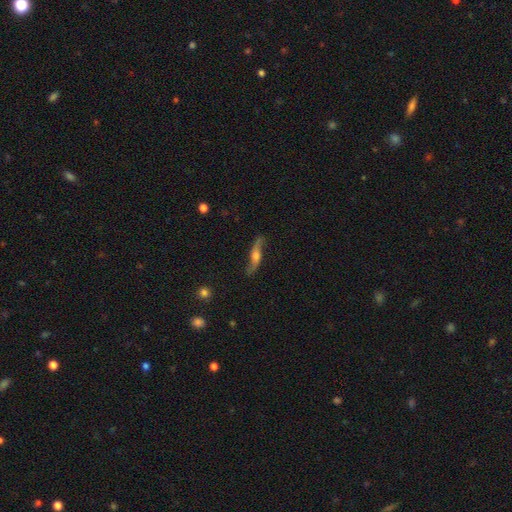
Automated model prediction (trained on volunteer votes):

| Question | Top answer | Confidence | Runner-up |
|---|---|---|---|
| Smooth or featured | featured or disk | 73% | smooth (20%) |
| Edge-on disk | yes | 54% | no (46%) |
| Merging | none | 77% | minor disturbance (16%) |